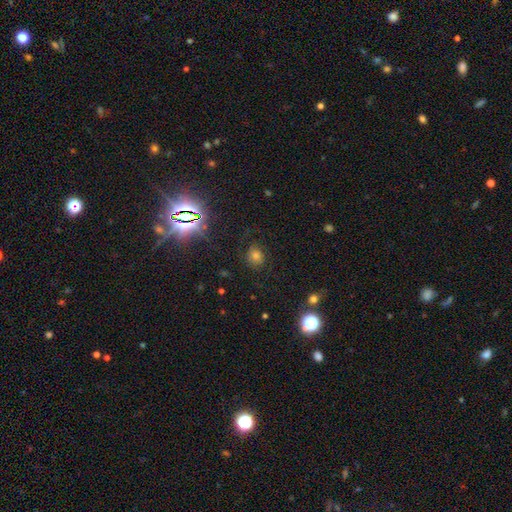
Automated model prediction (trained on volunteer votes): This appears to be a smooth galaxy with no disk features (52%) that is round (73%). Merging: none (83%).